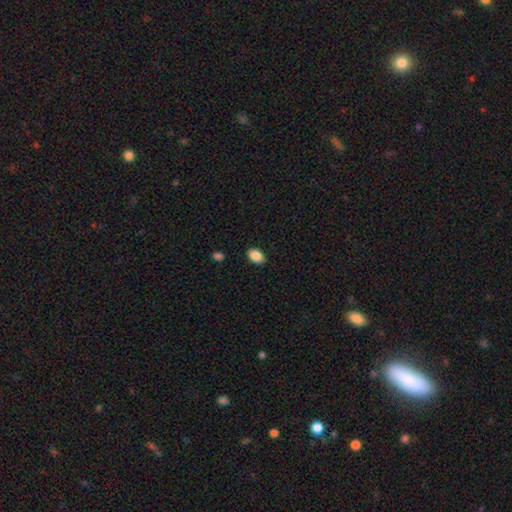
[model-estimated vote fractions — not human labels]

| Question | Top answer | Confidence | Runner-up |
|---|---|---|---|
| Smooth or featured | smooth | 88% | star or artifact (8%) |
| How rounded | in between | 86% | round (13%) |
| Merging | none | 89% | minor disturbance (8%) |